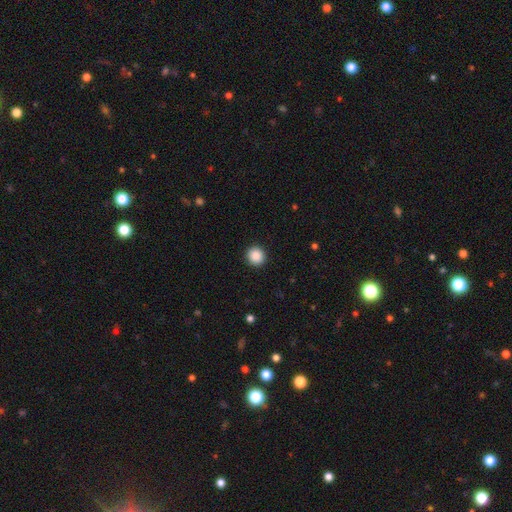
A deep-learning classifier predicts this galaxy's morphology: Smooth or featured? Predicted: smooth (p=0.88). How rounded? Predicted: round (p=0.94). Merging? Predicted: none (p=0.93).